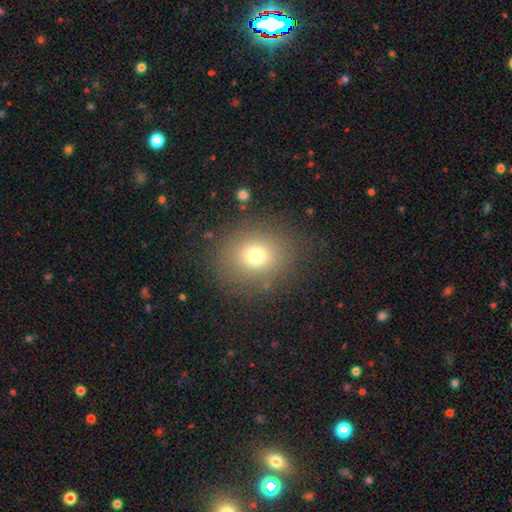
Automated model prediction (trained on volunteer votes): Smooth or featured?
  - smooth: 72% *
  - star or artifact: 16%
  - featured or disk: 12%
How rounded?
  - round: 78% *
  - in between: 21%
  - cigar-shaped: 1%
Merging?
  - none: 84% *
  - minor disturbance: 9%
  - major disturbance: 5%
  - merger: 2%